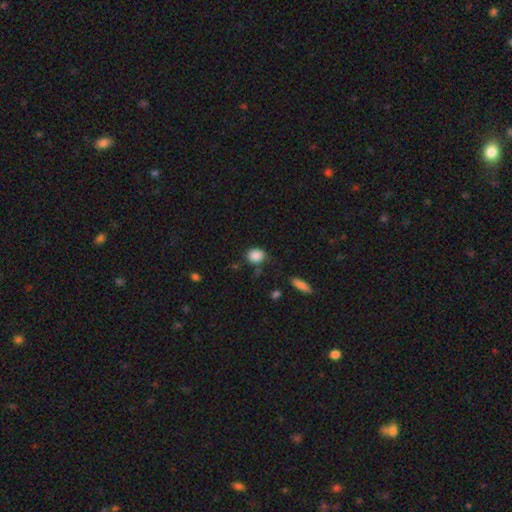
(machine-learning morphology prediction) A smooth galaxy with no disk features (87%) that is round (65%).

Vote fractions:
- Smooth or featured? smooth: 87% / star or artifact: 9% / featured or disk: 4%
- How rounded? round: 65% / in between: 33% / cigar-shaped: 2%
- Merging? none: 68% / minor disturbance: 22% / major disturbance: 6% / merger: 4%